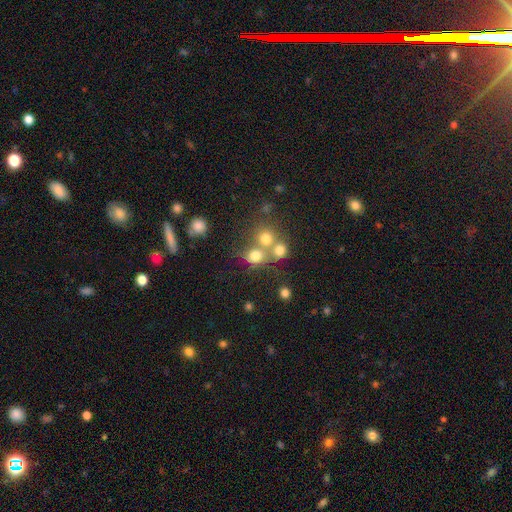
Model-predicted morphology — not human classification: Smooth or featured?
  - smooth: 72% *
  - star or artifact: 16%
  - featured or disk: 12%
How rounded?
  - round: 80% *
  - in between: 19%
  - cigar-shaped: 1%
Merging?
  - none: 46% *
  - merger: 40%
  - minor disturbance: 8%
  - major disturbance: 5%